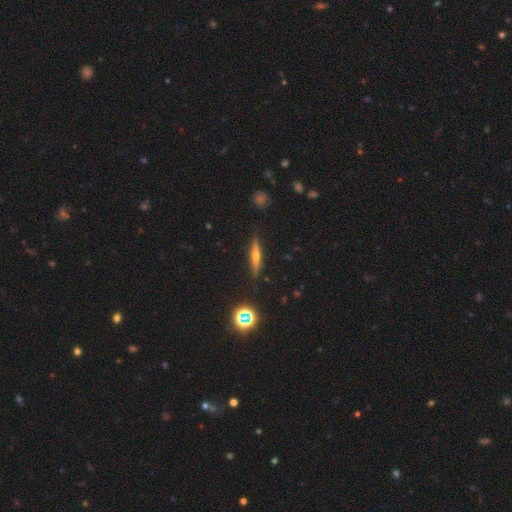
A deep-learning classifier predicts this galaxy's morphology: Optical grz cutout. It shows a featured or disk galaxy (59%) viewed edge-on (96%) with a rounded central bulge (85%). Merging: none (89%).